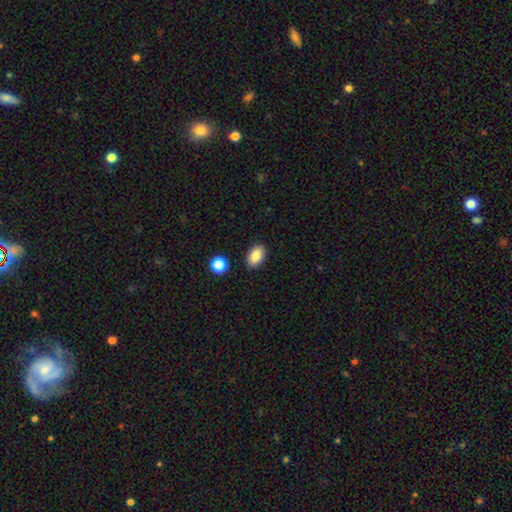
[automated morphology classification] Smooth or featured? Predicted: smooth (p=0.86). How rounded? Predicted: in between (p=0.91). Merging? Predicted: none (p=0.88).